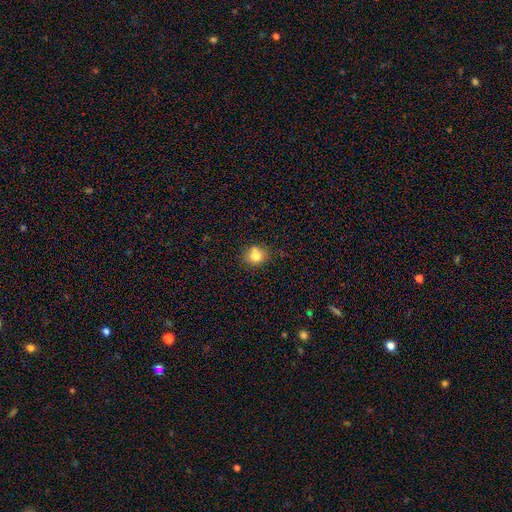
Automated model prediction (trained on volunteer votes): The model was most divided on "merging": none: 72%, minor disturbance: 18%, merger: 6%, major disturbance: 4%. More confident: smooth or featured — smooth (79%); how rounded — round (77%).